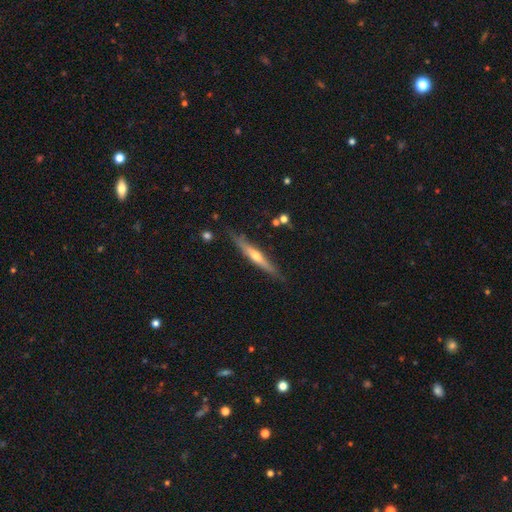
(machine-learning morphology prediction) smooth-or-featured: featured or disk: 63% | smooth: 31% | star or artifact: 6%
  disk-edge-on: yes: 94% | no: 6%
    edge-on-bulge: rounded: 77% | none: 18% | boxy: 5%
  merging: none: 82% | minor disturbance: 14% | major disturbance: 2% | merger: 2%